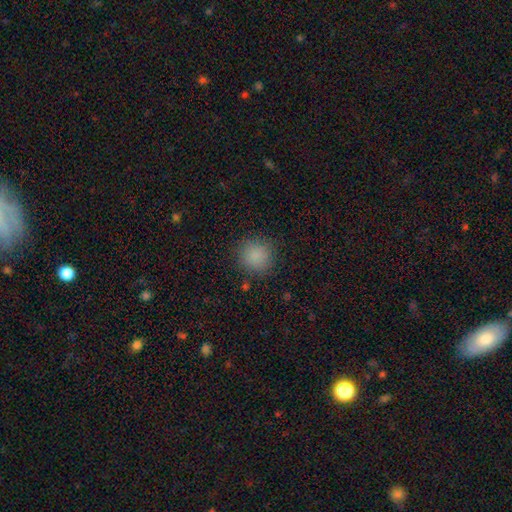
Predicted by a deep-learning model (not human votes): Smooth or featured: smooth — 85% (star or artifact — 11%)
How rounded: round — 92% (in between — 7%)
Merging: none — 86% (minor disturbance — 9%)